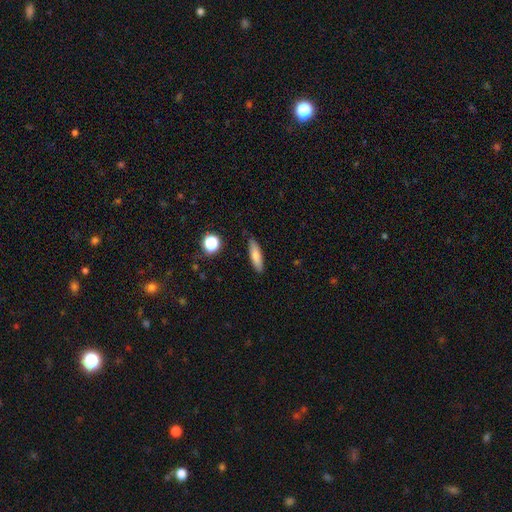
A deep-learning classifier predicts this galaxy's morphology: smooth-or-featured: smooth: 72% | featured or disk: 19% | star or artifact: 8%
  how-rounded: cigar-shaped: 64% | in between: 34% | round: 3%
  merging: none: 84% | minor disturbance: 12% | major disturbance: 2% | merger: 2%